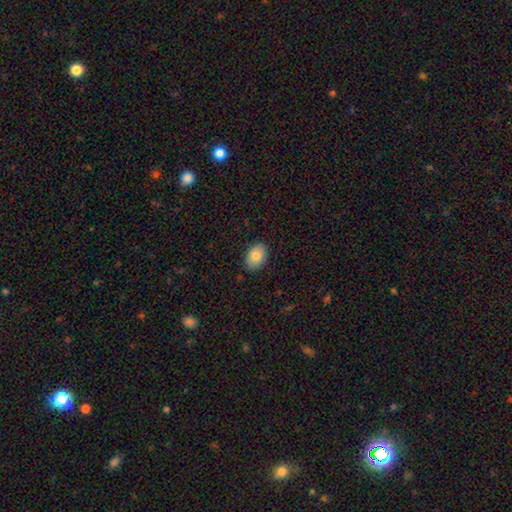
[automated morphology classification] This is clearly a smooth galaxy (82%). How rounded: clearly in between (85%). Merging: clearly none (87%).